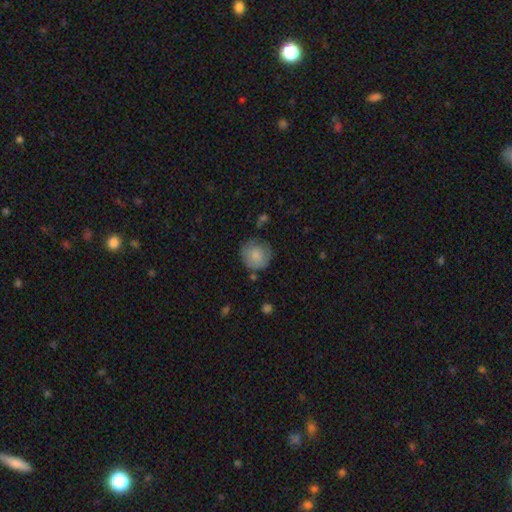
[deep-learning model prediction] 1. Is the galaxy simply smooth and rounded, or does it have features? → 77% smooth, 15% featured or disk, 7% star or artifact.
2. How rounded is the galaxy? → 90% round, 9% in between, 1% cigar-shaped.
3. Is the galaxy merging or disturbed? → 65% none, 24% minor disturbance, 8% major disturbance, 4% merger.